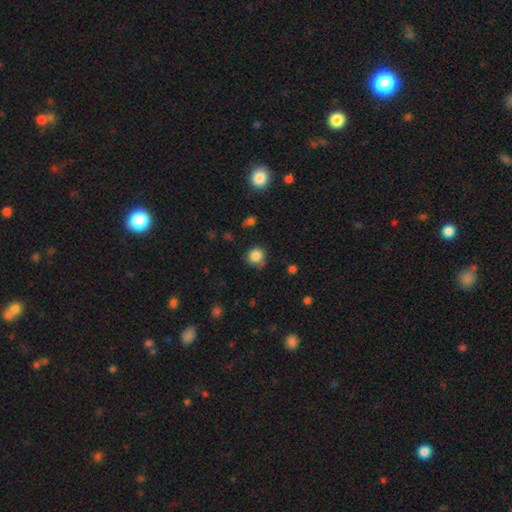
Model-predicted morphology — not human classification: The model was most divided on "merging": none: 73%, minor disturbance: 19%, major disturbance: 5%, merger: 3%. More confident: how rounded — round (90%); smooth or featured — smooth (84%).